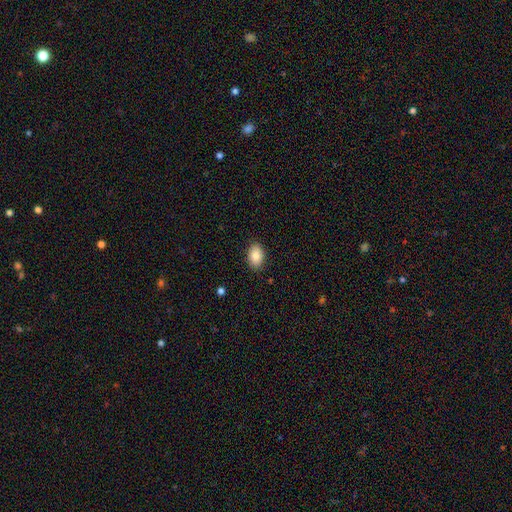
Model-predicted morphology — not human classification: Smooth or featured: smooth — 86% (star or artifact — 7%)
How rounded: in between — 87% (round — 11%)
Merging: none — 87% (minor disturbance — 10%)